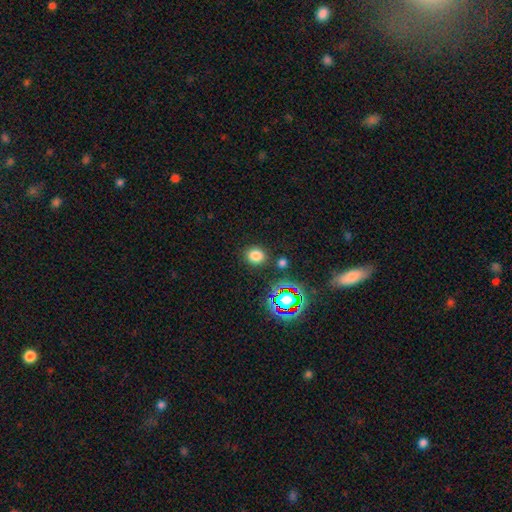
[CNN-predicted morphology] A smooth galaxy with no disk features (77%) that is round (67%). Merging: none (84%).